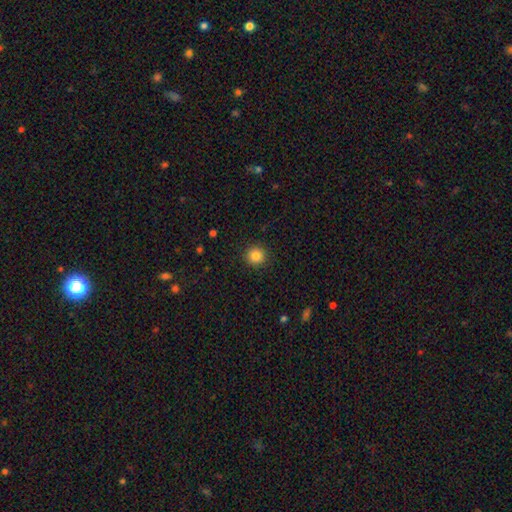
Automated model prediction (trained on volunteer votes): smooth_or_featured: smooth (p=0.84) [alt: star or artifact p=0.11]
how_rounded: round (p=0.91) [alt: in between p=0.08]
merging: none (p=0.92) [alt: minor disturbance p=0.05]